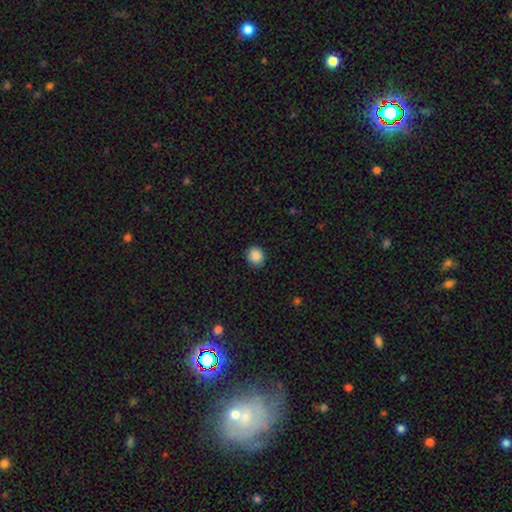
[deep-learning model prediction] smooth_or_featured: smooth (p=0.88) [alt: star or artifact p=0.09]
how_rounded: round (p=0.84) [alt: in between p=0.15]
merging: none (p=0.88) [alt: minor disturbance p=0.09]